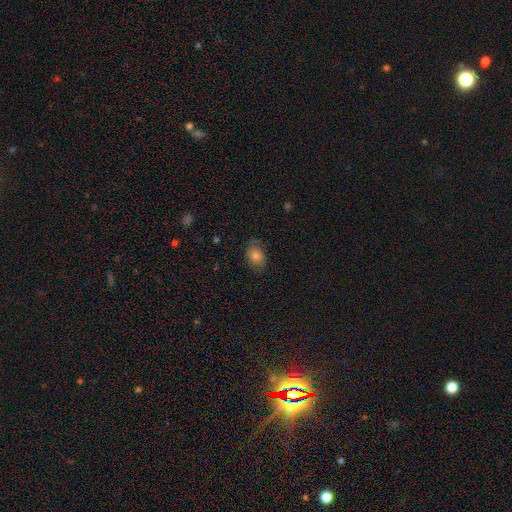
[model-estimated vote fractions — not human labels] Overall: smooth (68%). How rounded: in between (74%). Merging: none (68%).